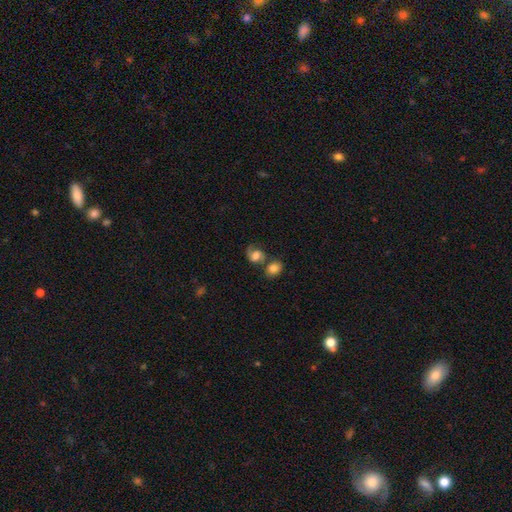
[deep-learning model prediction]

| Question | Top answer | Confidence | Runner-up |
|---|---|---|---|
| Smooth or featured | featured or disk | 48% | smooth (42%) |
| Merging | none | 43% | merger (32%) |